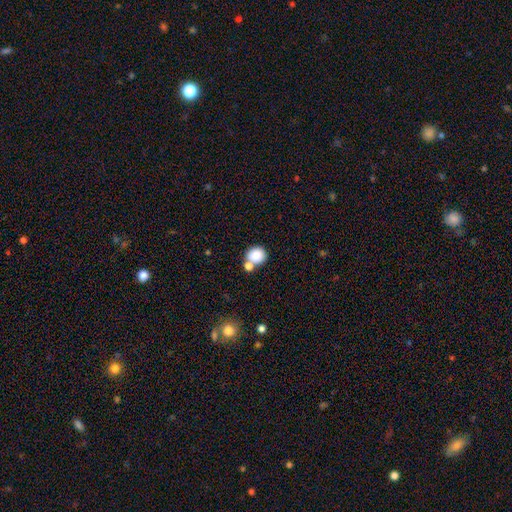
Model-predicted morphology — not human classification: smooth_or_featured: smooth (p=0.84) [alt: star or artifact p=0.09]
how_rounded: round (p=0.75) [alt: in between p=0.24]
merging: none (p=0.56) [alt: merger p=0.29]